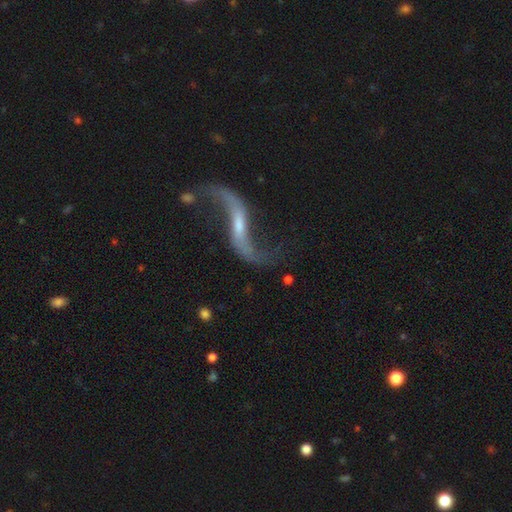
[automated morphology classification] smooth-or-featured: featured or disk: 90% | star or artifact: 6% | smooth: 4%
  disk-edge-on: no: 91% | yes: 9%
    bar: weak: 38% | strong: 33% | no: 29%
    has-spiral-arms: yes: 96% | no: 4%
      spiral-winding: loose: 95% | medium: 4% | tight: 2%
      spiral-arm-count: 2: 94% | 1: 2% | can't tell: 1% | 3: 1% | 4: 1% | more than 4: 1%
    bulge-size: small: 65% | moderate: 20% | none: 11% | large: 2% | dominant: 1%
  merging: none: 70% | minor disturbance: 14% | major disturbance: 10% | merger: 5%